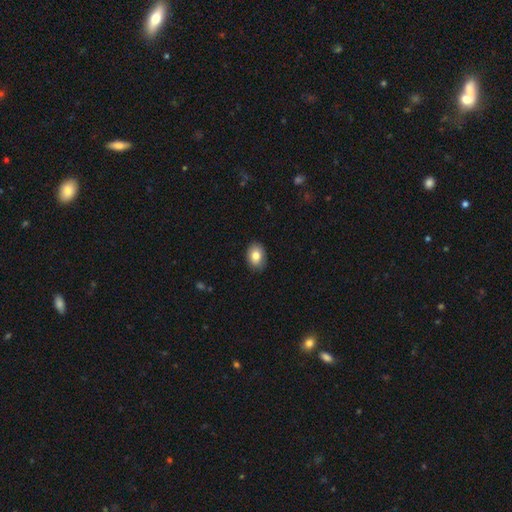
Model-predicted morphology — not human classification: Smooth or featured?
  - smooth: 82% *
  - featured or disk: 10%
  - star or artifact: 8%
How rounded?
  - in between: 77% *
  - round: 22%
  - cigar-shaped: 1%
Merging?
  - none: 85% *
  - minor disturbance: 12%
  - major disturbance: 2%
  - merger: 1%